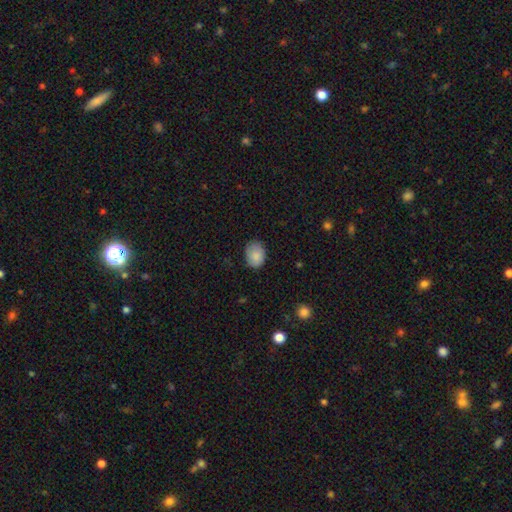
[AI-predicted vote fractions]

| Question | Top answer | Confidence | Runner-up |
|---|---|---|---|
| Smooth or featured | smooth | 86% | star or artifact (7%) |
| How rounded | in between | 62% | round (37%) |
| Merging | none | 75% | minor disturbance (21%) |